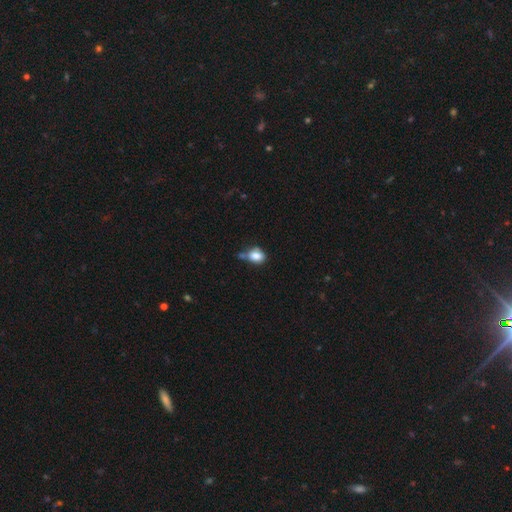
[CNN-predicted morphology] Q: Smooth or featured?
A: smooth (79%); runner-up: featured or disk (10%)
Q: How rounded?
A: in between (67%); runner-up: round (32%)
Q: Merging?
A: none (45%); runner-up: minor disturbance (26%)